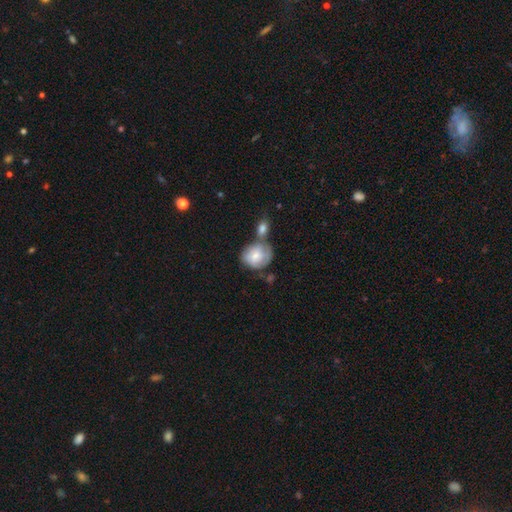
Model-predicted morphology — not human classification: Q: Smooth or featured?
A: smooth (62%); runner-up: featured or disk (32%)
Q: How rounded?
A: round (67%); runner-up: in between (31%)
Q: Merging?
A: merger (40%); runner-up: none (31%)